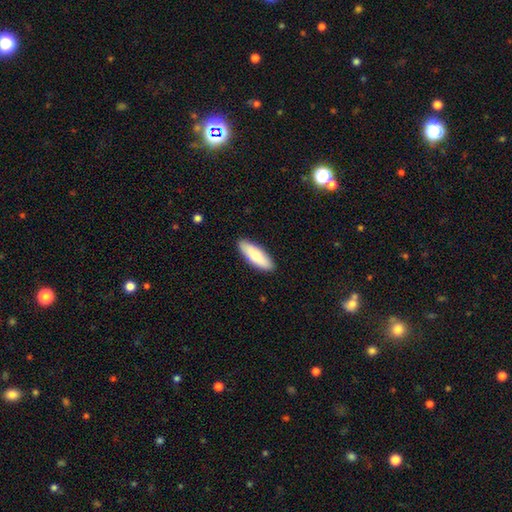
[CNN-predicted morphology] Smooth or featured? smooth (82%)
How rounded? in between (52%)
Merging? none (89%)